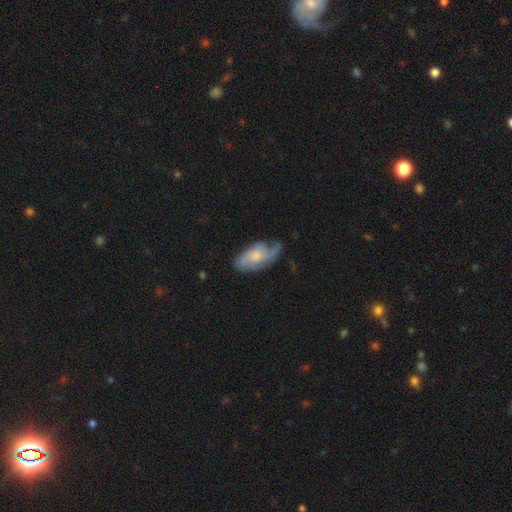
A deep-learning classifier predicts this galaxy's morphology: The model was most divided on "bulge size": moderate: 47%, small: 30%, large: 11%, none: 10%, dominant: 2%. More confident: edge-on disk — no (93%); spiral arms — yes (87%); bar — no (72%); smooth or featured — featured or disk (60%); merging — none (53%).